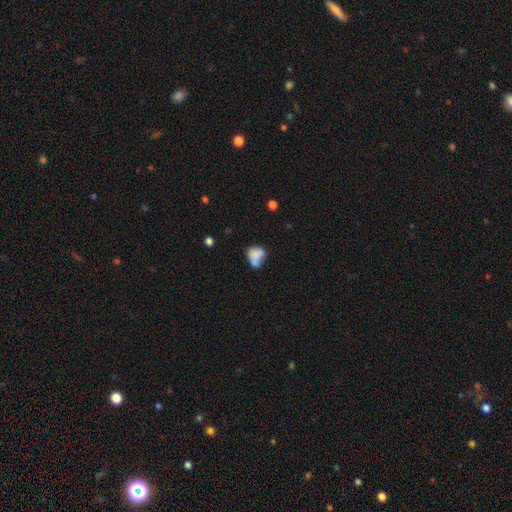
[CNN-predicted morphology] Smooth or featured? smooth (67%)
How rounded? in between (64%)
Merging? none (30%, tied with merger)